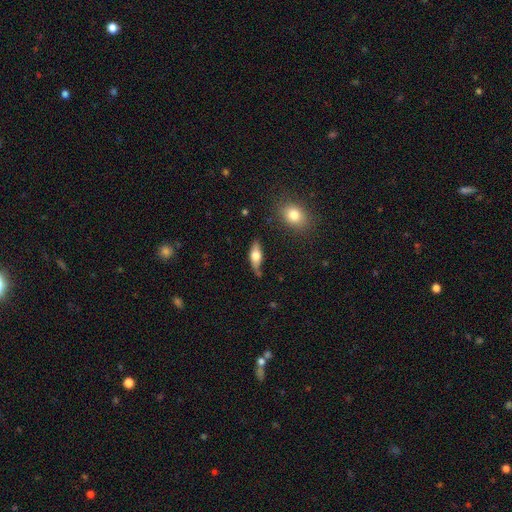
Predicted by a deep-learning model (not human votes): Morphology: type=smooth (58%); roundness=in between (63%); merging=none (70%).